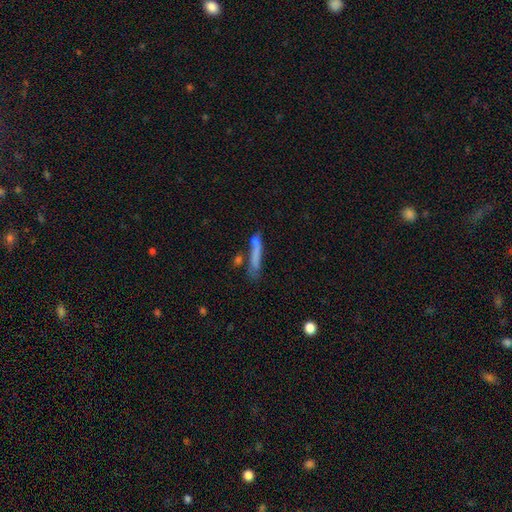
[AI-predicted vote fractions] smooth_or_featured: smooth (p=0.69) [alt: featured or disk p=0.22]
how_rounded: cigar-shaped (p=0.89) [alt: in between p=0.09]
merging: none (p=0.50) [alt: minor disturbance p=0.20]